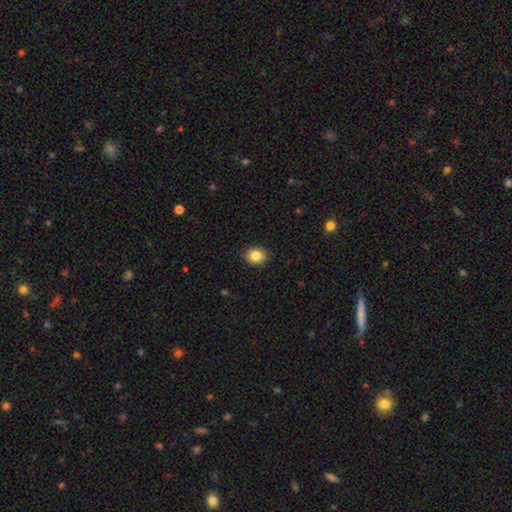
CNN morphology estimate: This is clearly a smooth galaxy (85%). How rounded: possibly round (55%). Merging: clearly none (90%).